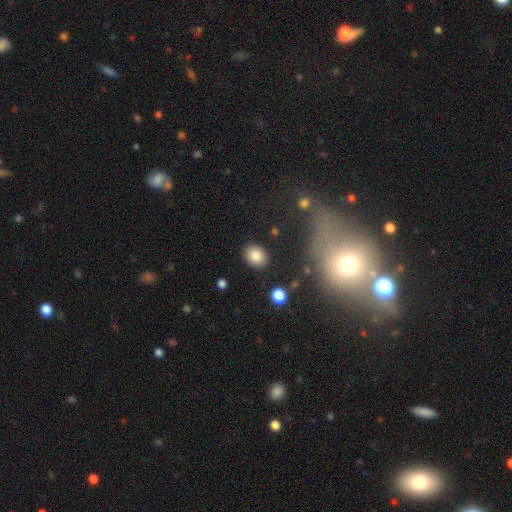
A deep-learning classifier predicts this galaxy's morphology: The model was most divided on "how rounded": round: 51%, in between: 48%, cigar-shaped: 1%. More confident: merging — none (87%); smooth or featured — smooth (84%).